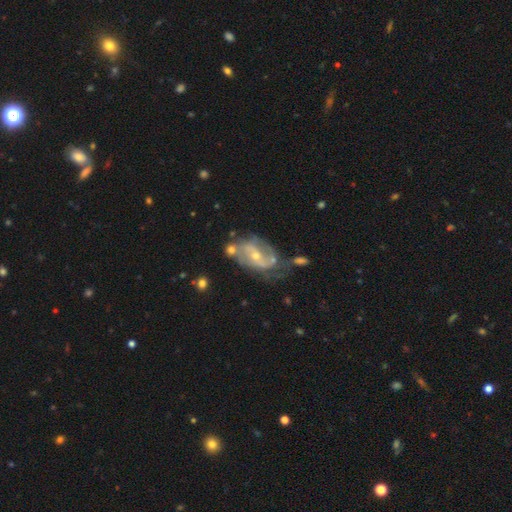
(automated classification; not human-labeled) Smooth or featured: featured or disk — 80% (smooth — 12%)
Edge-on disk: no — 95% (yes — 5%)
Bar: weak — 38% (no — 35%)
Spiral arms: yes — 84% (no — 16%)
Spiral winding: medium — 43% (tight — 30%)
Spiral arm count: 2 — 68% (can't tell — 18%)
Bulge size: small — 60% (moderate — 37%)
Merging: none — 44% (minor disturbance — 24%)